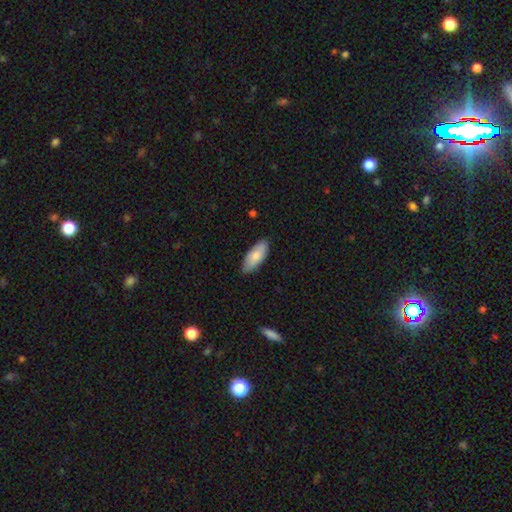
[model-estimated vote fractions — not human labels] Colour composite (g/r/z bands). It shows a smooth galaxy with no disk features (80%) that is in between round and cigar-shaped (84%). Merging: none (84%).